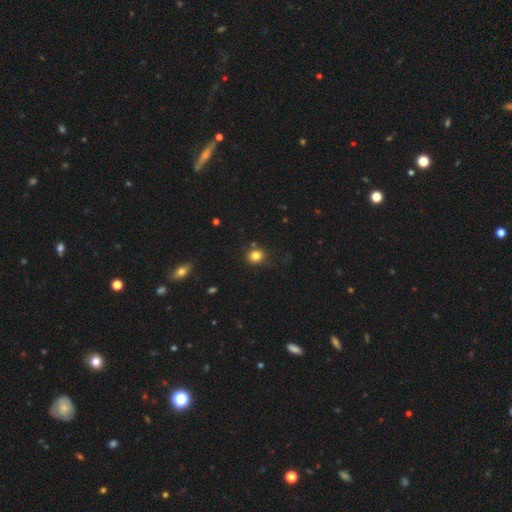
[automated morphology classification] Smooth or featured? smooth (82%)
How rounded? round (82%)
Merging? none (76%)